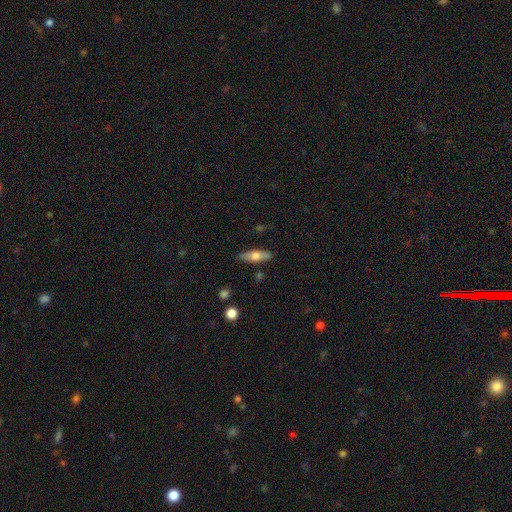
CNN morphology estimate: The model was most divided on "how rounded": in between: 52%, cigar-shaped: 46%, round: 3%. More confident: merging — none (85%); smooth or featured — smooth (60%).